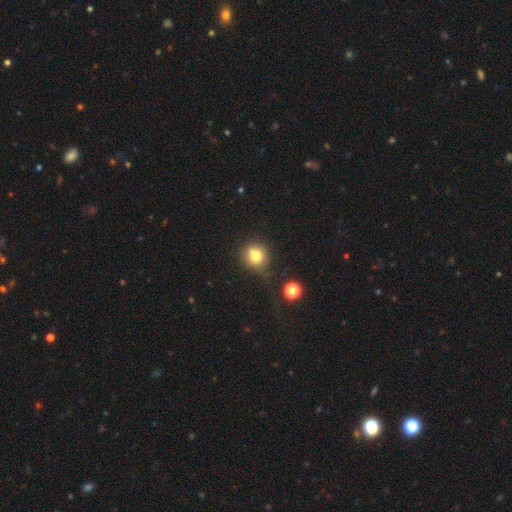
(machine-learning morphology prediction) Smooth or featured? smooth (74%)
How rounded? round (79%)
Merging? none (55%)